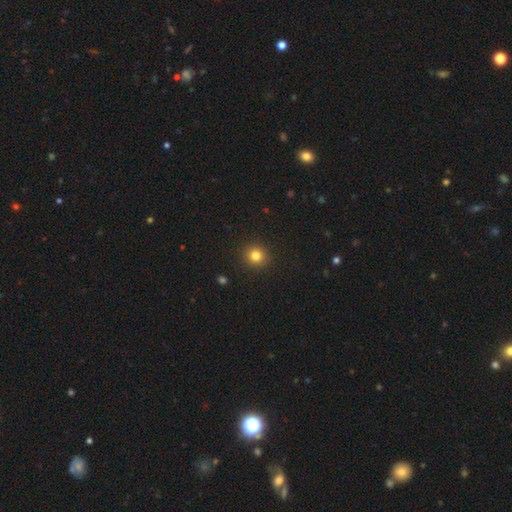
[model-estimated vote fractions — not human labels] A smooth galaxy with no disk features (81%) that is round (93%). Merging: none (92%).